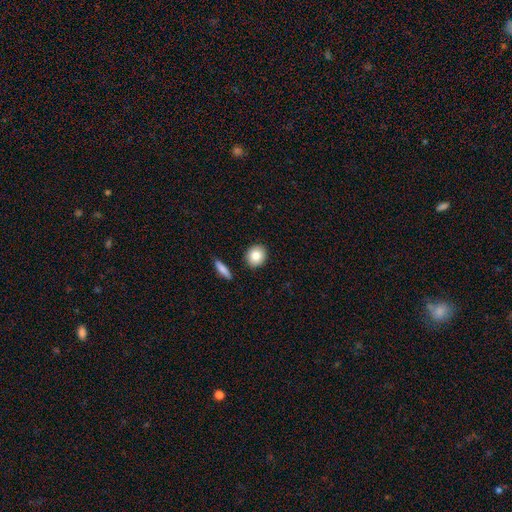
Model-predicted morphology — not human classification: smooth 84%, featured or disk 9%, star or artifact 8%. Down the decision tree: how rounded — round (68%); merging — none (89%).